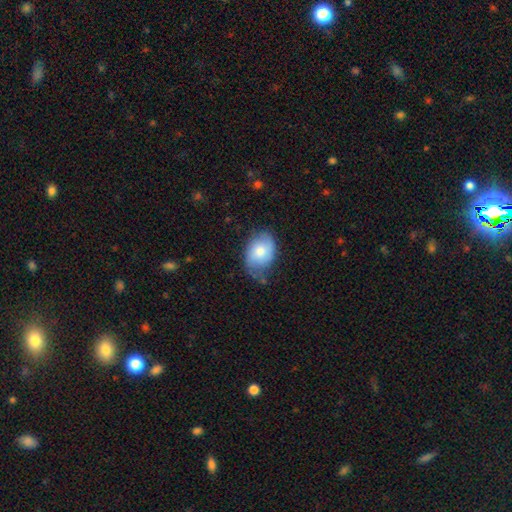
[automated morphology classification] Overall: smooth (61%; featured or disk 33%). How rounded: in between (76%). Merging: none (50%; minor disturbance 36%).